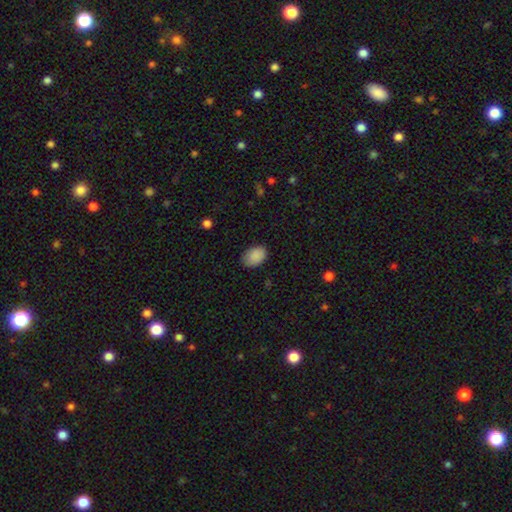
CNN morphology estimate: Smooth or featured: smooth — 89% (star or artifact — 7%)
How rounded: in between — 85% (round — 14%)
Merging: none — 80% (minor disturbance — 16%)